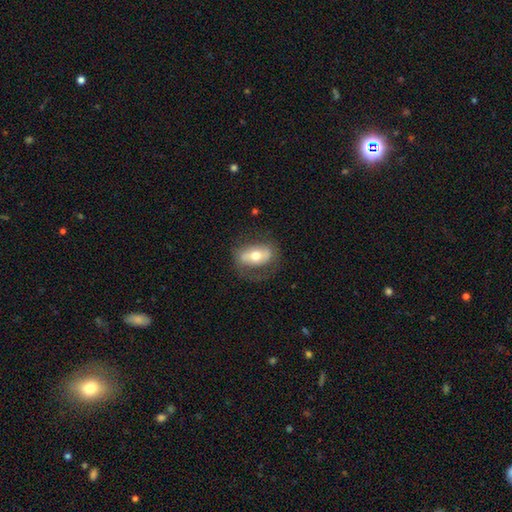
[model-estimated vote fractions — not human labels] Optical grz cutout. It shows a featured or disk galaxy (47%). Merging: none (62%).